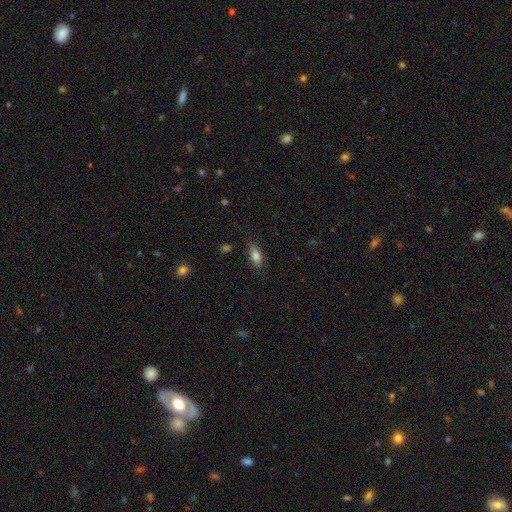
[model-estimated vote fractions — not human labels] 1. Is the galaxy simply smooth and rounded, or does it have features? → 81% smooth, 11% featured or disk, 8% star or artifact.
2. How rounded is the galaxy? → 84% in between, 13% cigar-shaped, 3% round.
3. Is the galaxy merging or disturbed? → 83% none, 13% minor disturbance, 3% major disturbance, 1% merger.